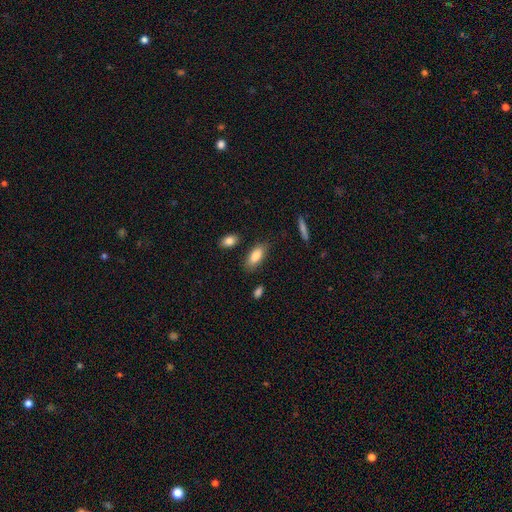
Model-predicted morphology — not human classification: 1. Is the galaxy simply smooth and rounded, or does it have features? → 84% smooth, 9% featured or disk, 7% star or artifact.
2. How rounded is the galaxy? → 84% in between, 14% cigar-shaped, 3% round.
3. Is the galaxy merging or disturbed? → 80% none, 13% minor disturbance, 3% major disturbance, 3% merger.